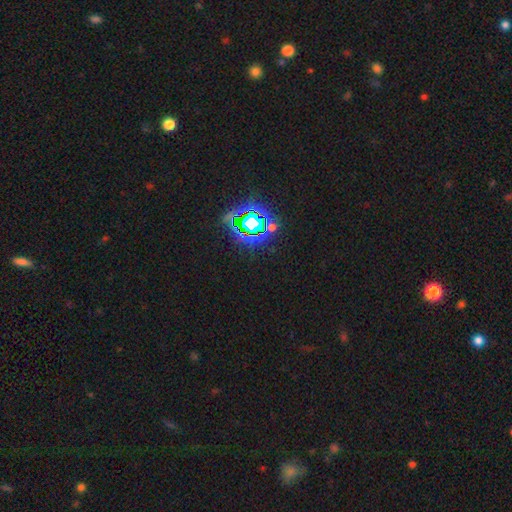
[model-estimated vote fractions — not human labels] Smooth or featured: star or artifact — 81% (smooth — 12%)